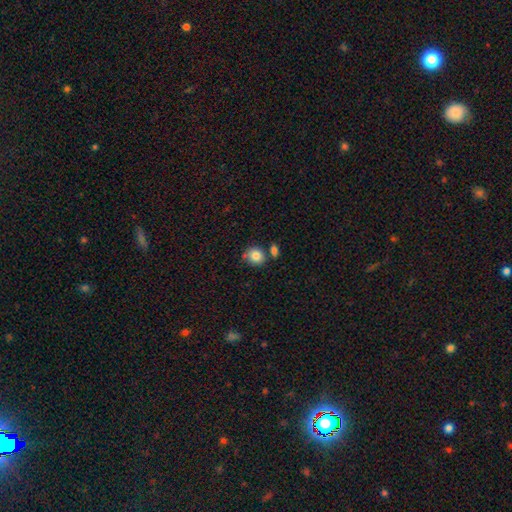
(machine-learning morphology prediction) smooth-or-featured: smooth: 84% | star or artifact: 9% | featured or disk: 7%
  how-rounded: round: 72% | in between: 27% | cigar-shaped: 1%
  merging: none: 66% | merger: 16% | minor disturbance: 14% | major disturbance: 4%